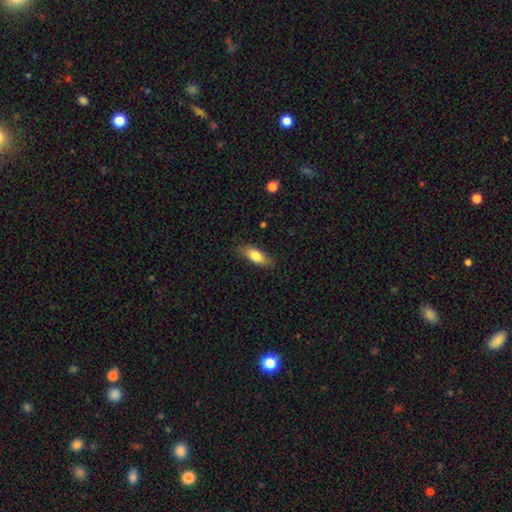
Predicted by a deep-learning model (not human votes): The model was most divided on "how rounded": in between: 76%, cigar-shaped: 21%, round: 3%. More confident: merging — none (81%); smooth or featured — smooth (79%).